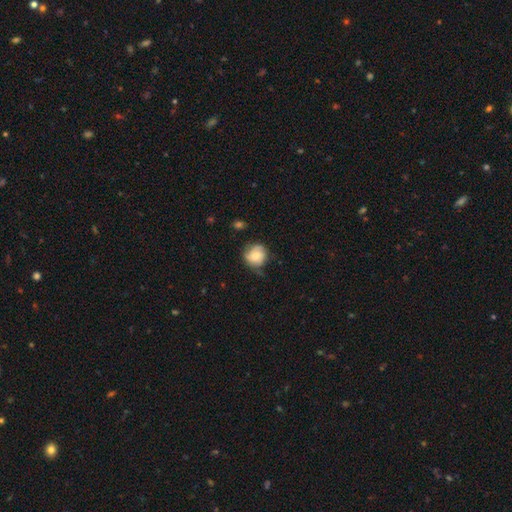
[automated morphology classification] Smooth or featured? smooth (59%)
How rounded? round (81%)
Merging? none (58%)